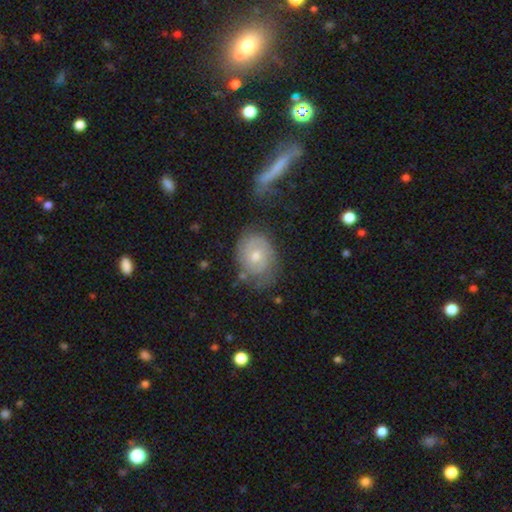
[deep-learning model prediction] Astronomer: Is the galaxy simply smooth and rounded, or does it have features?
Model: featured or disk — 68%.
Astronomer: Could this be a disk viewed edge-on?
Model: no — 95%.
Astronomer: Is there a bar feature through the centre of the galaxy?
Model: no — 73%.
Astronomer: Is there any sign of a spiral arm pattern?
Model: yes — 85%.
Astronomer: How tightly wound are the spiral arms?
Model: tight — 61%.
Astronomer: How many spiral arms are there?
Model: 2 — 56%.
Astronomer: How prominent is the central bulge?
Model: moderate — 54% (runner-up: small, 41%).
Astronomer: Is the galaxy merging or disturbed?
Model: none — 67%.